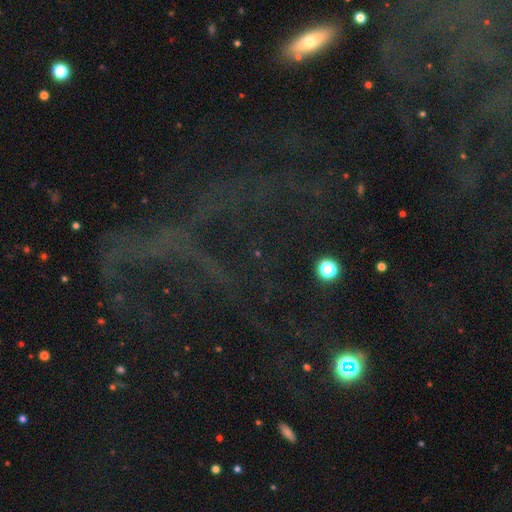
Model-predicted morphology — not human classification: A star or artifact, not a galaxy (63%).